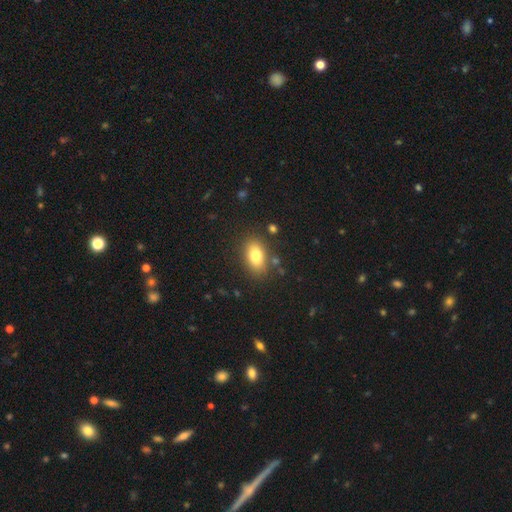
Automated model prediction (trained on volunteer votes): smooth_or_featured: smooth (p=0.80) [alt: featured or disk p=0.11]
how_rounded: in between (p=0.86) [alt: round p=0.12]
merging: none (p=0.83) [alt: minor disturbance p=0.11]